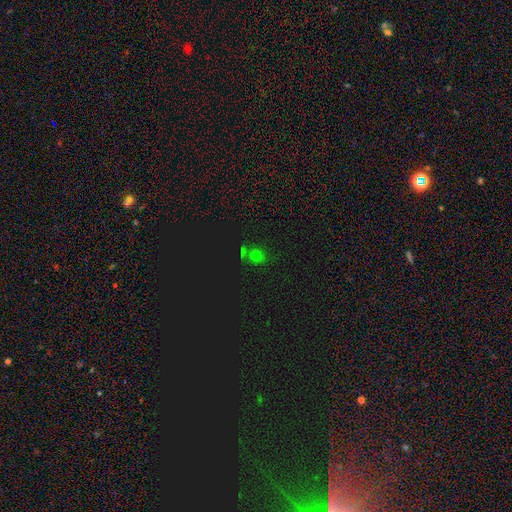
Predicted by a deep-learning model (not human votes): A smooth galaxy with no disk features (53%) that is round (80%).

Vote fractions:
- Smooth or featured? smooth: 53% / star or artifact: 40% / featured or disk: 7%
- How rounded? round: 80% / in between: 18% / cigar-shaped: 2%
- Merging? none: 68% / merger: 15% / minor disturbance: 11% / major disturbance: 5%